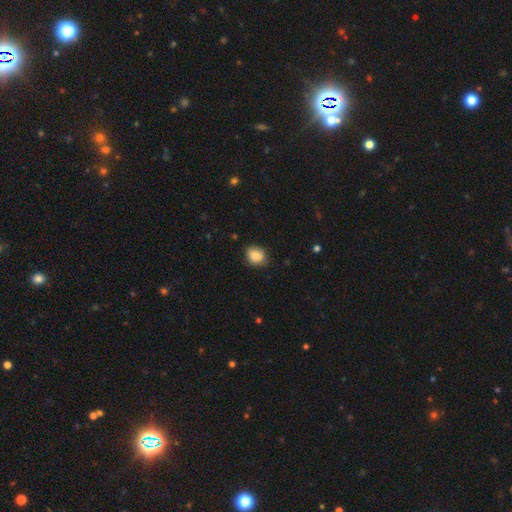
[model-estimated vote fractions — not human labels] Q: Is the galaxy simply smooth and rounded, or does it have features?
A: smooth — 87%.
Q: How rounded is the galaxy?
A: in between — 55%.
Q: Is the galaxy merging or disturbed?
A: none — 78%.